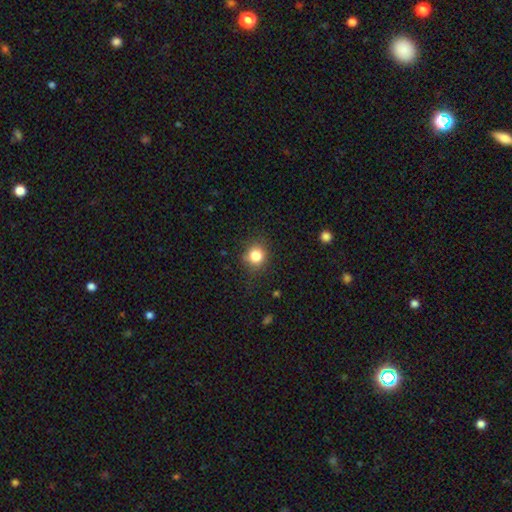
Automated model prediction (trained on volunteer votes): Smooth or featured: smooth — 83% (star or artifact — 12%)
How rounded: round — 84% (in between — 15%)
Merging: none — 80% (minor disturbance — 14%)